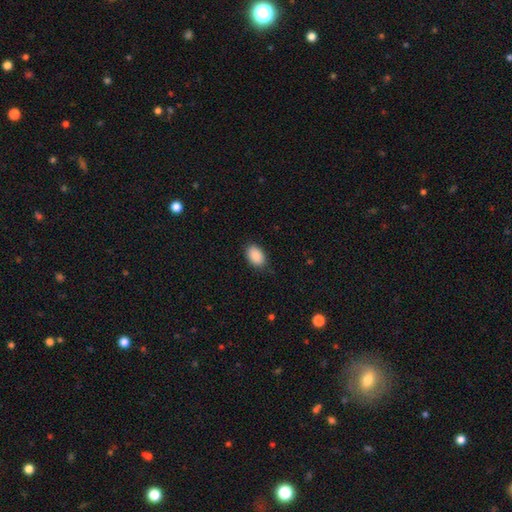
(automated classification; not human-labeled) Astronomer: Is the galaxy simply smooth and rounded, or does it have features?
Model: smooth — 90%.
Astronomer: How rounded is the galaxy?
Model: in between — 90%.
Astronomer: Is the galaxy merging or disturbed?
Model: none — 85%.